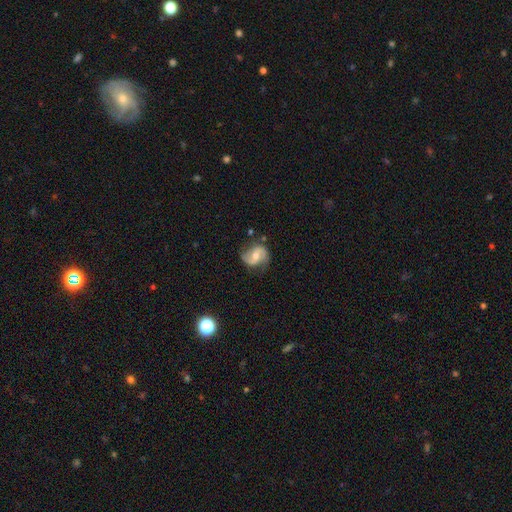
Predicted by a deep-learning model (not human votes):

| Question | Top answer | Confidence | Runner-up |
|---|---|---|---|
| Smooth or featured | featured or disk | 80% | smooth (14%) |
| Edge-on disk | no | 98% | yes (2%) |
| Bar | weak | 43% | tied: no (43%) |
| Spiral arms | yes | 95% | no (5%) |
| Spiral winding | medium | 48% | loose (34%) |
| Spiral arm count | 2 | 90% | can't tell (4%) |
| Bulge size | moderate | 63% | small (31%) |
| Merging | none | 73% | minor disturbance (19%) |